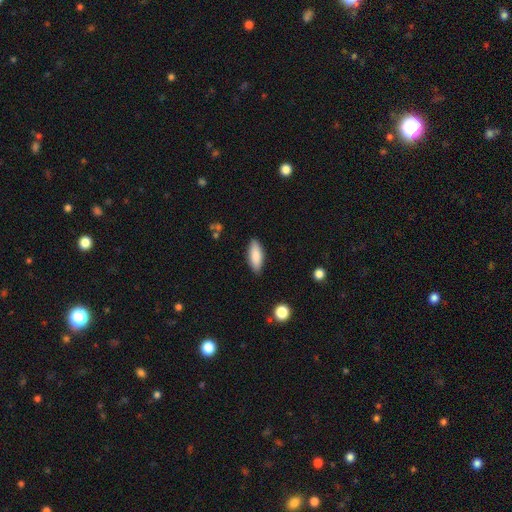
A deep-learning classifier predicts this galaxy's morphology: smooth-or-featured: smooth: 83% | featured or disk: 10% | star or artifact: 6%
  how-rounded: in between: 70% | cigar-shaped: 28% | round: 2%
  merging: none: 85% | minor disturbance: 11% | major disturbance: 2% | merger: 1%